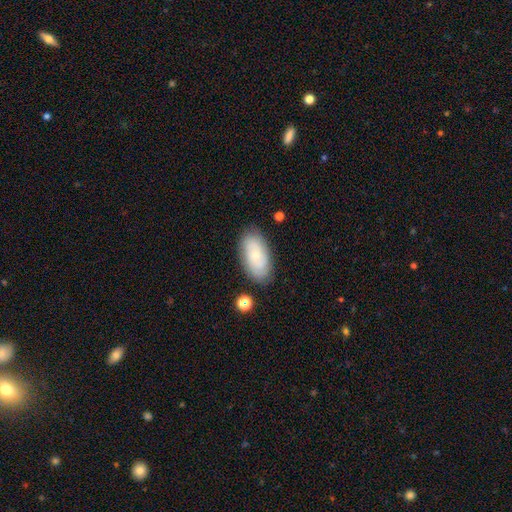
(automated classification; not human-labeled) The model was most divided on "smooth or featured": smooth: 52%, featured or disk: 40%, star or artifact: 8%. More confident: how rounded — in between (92%); merging — none (79%).